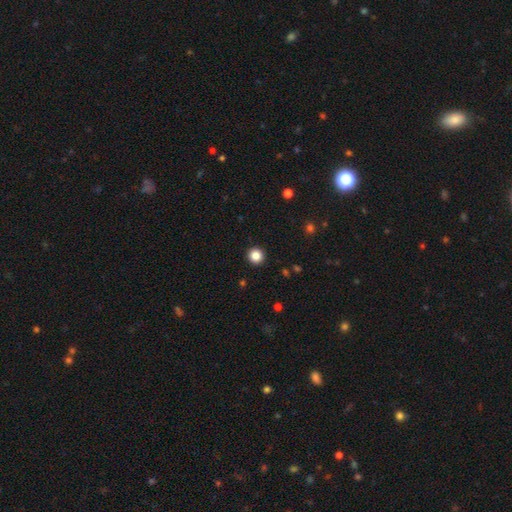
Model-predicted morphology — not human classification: smooth 85%, star or artifact 11%, featured or disk 4%. Down the decision tree: how rounded — round (95%); merging — none (93%).